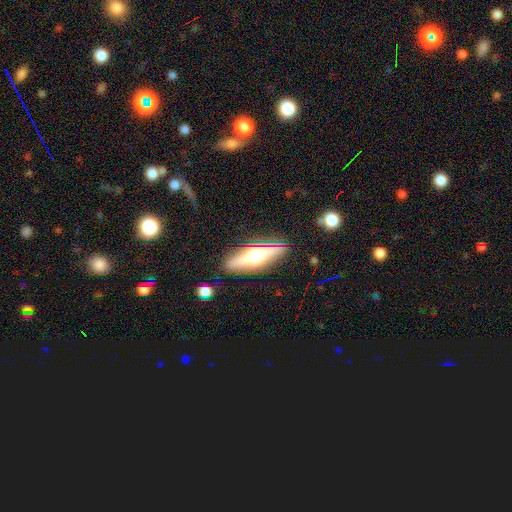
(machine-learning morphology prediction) This is possibly a featured or disk galaxy (52%). It is clearly viewed edge-on (85%). Merging: clearly none (83%).